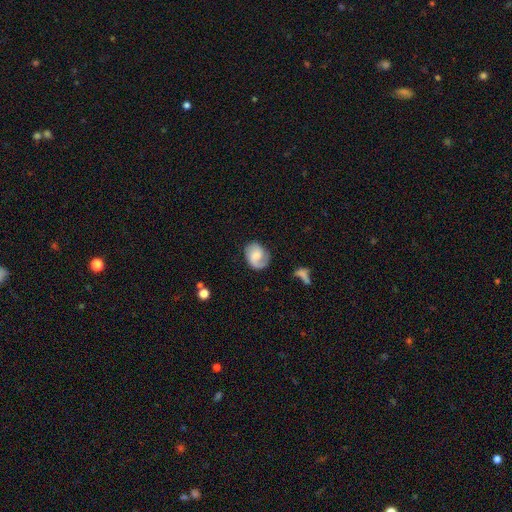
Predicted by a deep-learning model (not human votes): Smooth or featured: featured or disk — 57% (smooth — 36%)
Edge-on disk: no — 98% (yes — 2%)
Bar: no — 54% (weak — 39%)
Spiral arms: yes — 90% (no — 10%)
Bulge size: moderate — 38% (small — 24%)
Merging: none — 66% (minor disturbance — 21%)